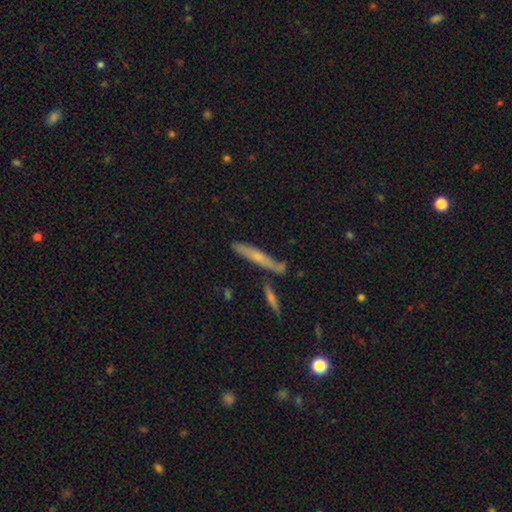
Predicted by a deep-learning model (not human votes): Q: Smooth or featured?
A: featured or disk (48%); runner-up: smooth (43%)
Q: Merging?
A: none (72%); runner-up: minor disturbance (13%)